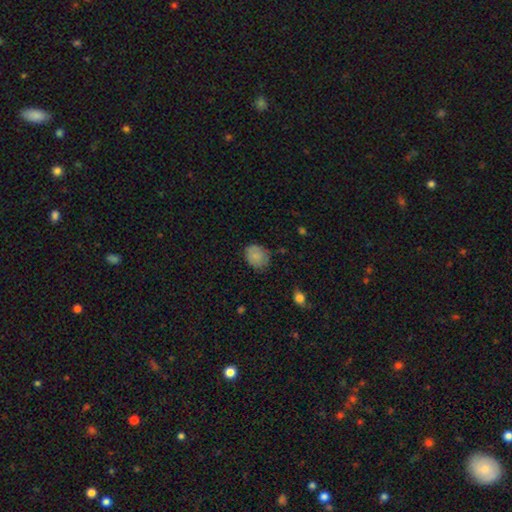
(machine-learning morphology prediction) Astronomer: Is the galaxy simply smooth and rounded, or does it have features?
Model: smooth — 84%.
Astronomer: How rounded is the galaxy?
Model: round — 52% (runner-up: in between, 47%).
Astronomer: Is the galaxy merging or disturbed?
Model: none — 71%.